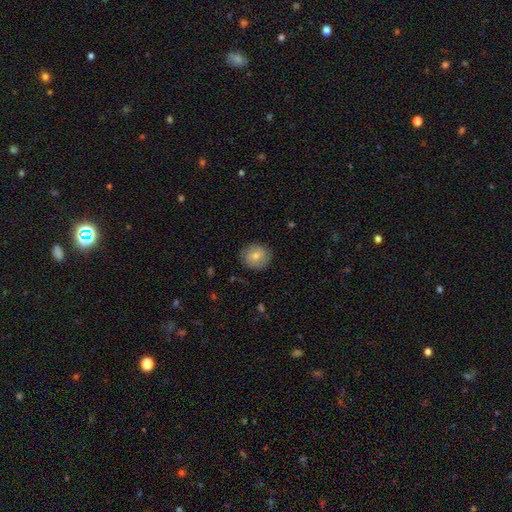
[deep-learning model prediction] Morphology: type=smooth (68%); roundness=round (80%); merging=none (85%).